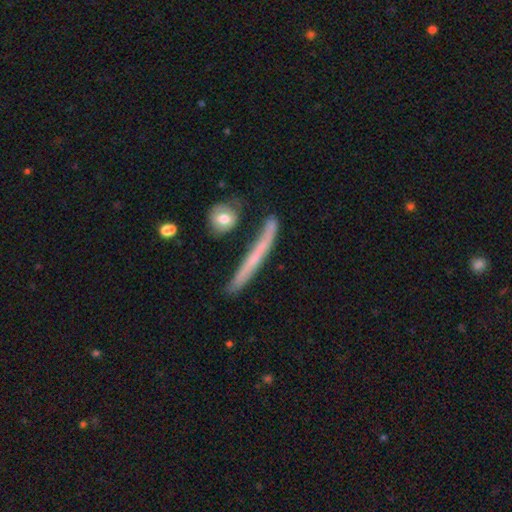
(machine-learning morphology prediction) A smooth galaxy with no disk features (51%) that is cigar-shaped (94%). Merging: none (77%).